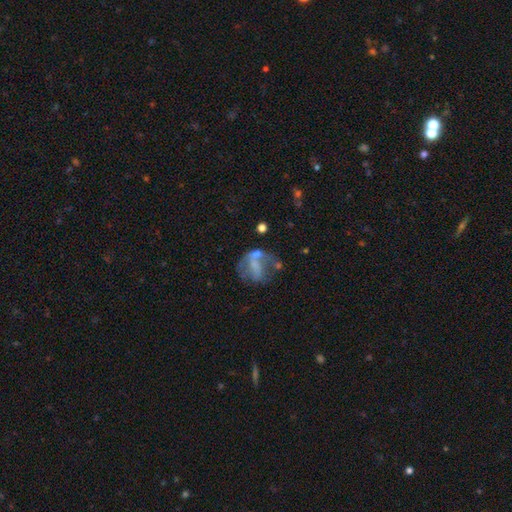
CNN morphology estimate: Q: Smooth or featured?
A: featured or disk (52%); runner-up: smooth (34%)
Q: Edge-on disk?
A: no (97%); runner-up: yes (3%)
Q: Bar?
A: no (62%); runner-up: weak (26%)
Q: Spiral arms?
A: no (68%); runner-up: yes (32%)
Q: Bulge size?
A: none (53%); runner-up: small (26%)
Q: Merging?
A: major disturbance (36%); runner-up: none (30%)